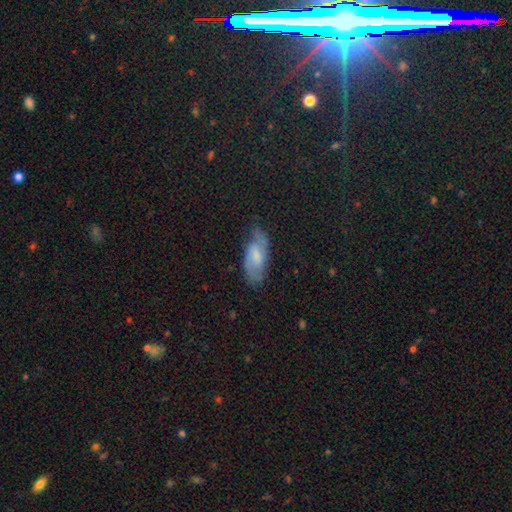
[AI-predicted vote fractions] featured or disk 54%, smooth 38%, star or artifact 9%. Down the decision tree: edge-on disk — no (90%); merging — none (66%).